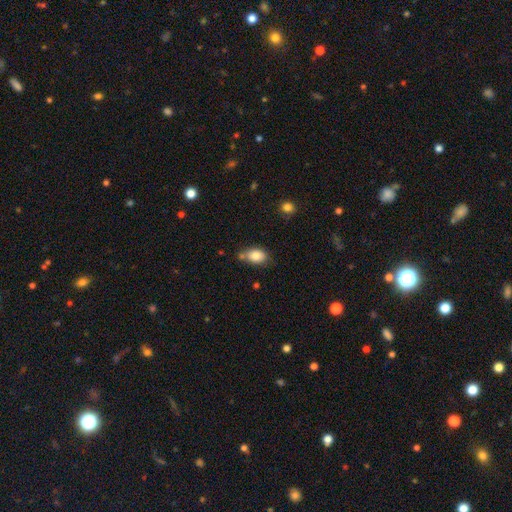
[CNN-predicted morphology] This is clearly a smooth galaxy (83%). How rounded: clearly in between (83%). Merging: likely none (61%).